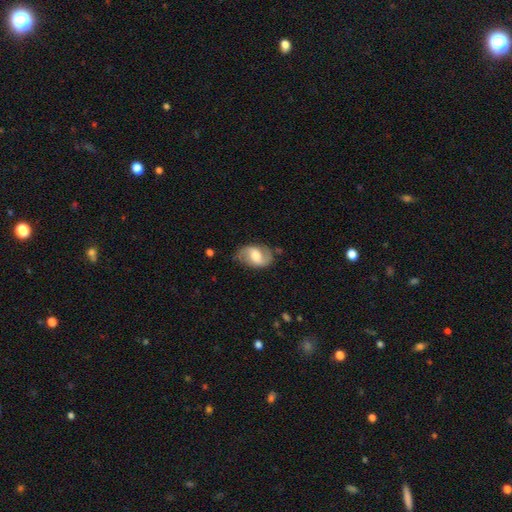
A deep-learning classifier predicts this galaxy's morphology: A featured or disk galaxy (70%) with a weak bar (49%), 2 (89%) loose (44%) spiral arms (89%) and a moderate central bulge (57%). Merging: none (74%).